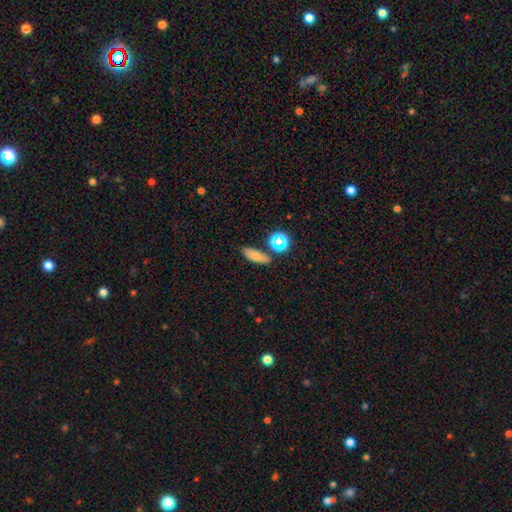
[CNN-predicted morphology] Overall: smooth (70%). How rounded: in between (65%; cigar-shaped 26%). Merging: none (76%).